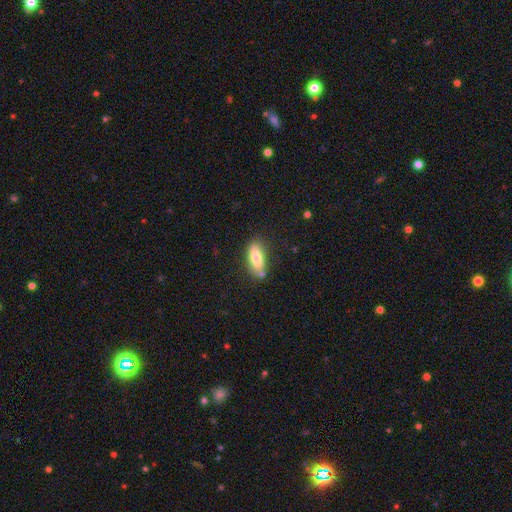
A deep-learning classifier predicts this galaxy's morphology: Smooth or featured?
  - smooth: 78% *
  - featured or disk: 15%
  - star or artifact: 7%
How rounded?
  - in between: 75% *
  - cigar-shaped: 22%
  - round: 3%
Merging?
  - none: 74% *
  - minor disturbance: 15%
  - merger: 7%
  - major disturbance: 3%